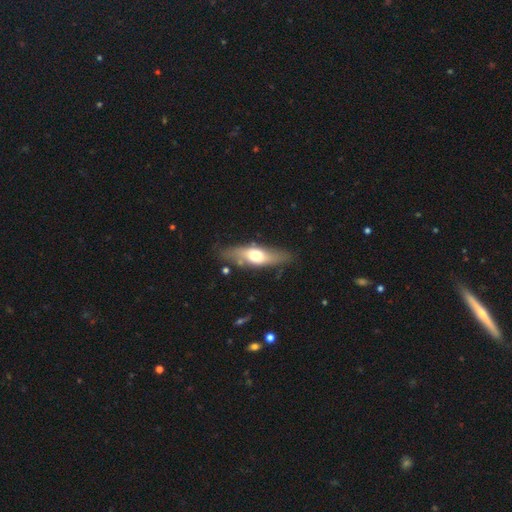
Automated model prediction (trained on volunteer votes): A smooth galaxy with no disk features (48%). Merging: none (77%).